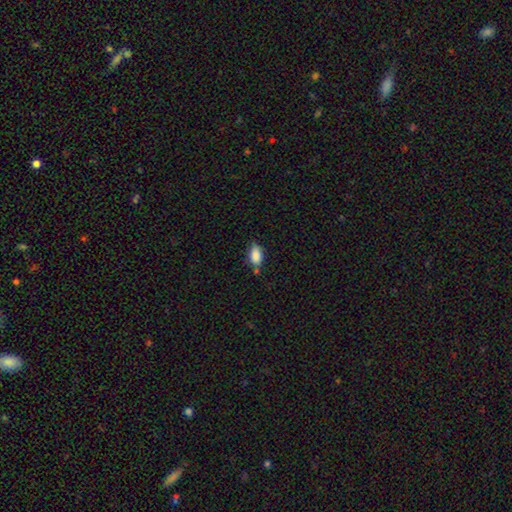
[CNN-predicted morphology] smooth 86%, star or artifact 8%, featured or disk 6%. Down the decision tree: how rounded — in between (90%); merging — none (63%).